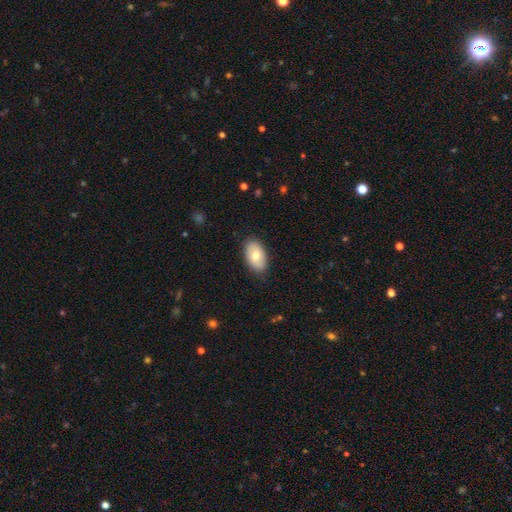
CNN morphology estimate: Smooth or featured: smooth — 74% (featured or disk — 19%)
How rounded: in between — 94% (round — 4%)
Merging: none — 85% (minor disturbance — 12%)